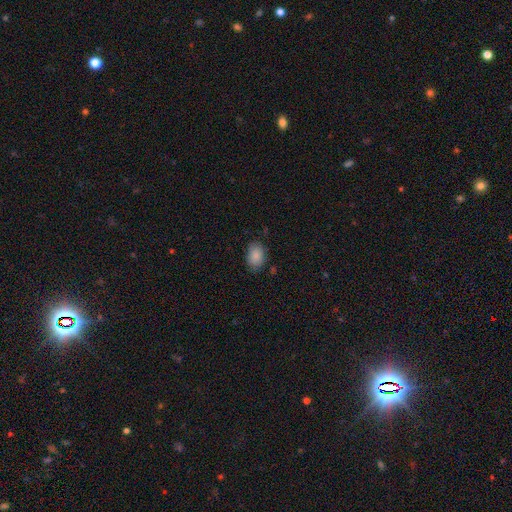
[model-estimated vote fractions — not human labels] A smooth galaxy with no disk features (87%) that is in between round and cigar-shaped (79%).

Vote fractions:
- Smooth or featured? smooth: 87% / star or artifact: 8% / featured or disk: 5%
- How rounded? in between: 79% / round: 19% / cigar-shaped: 1%
- Merging? none: 78% / minor disturbance: 17% / major disturbance: 4% / merger: 1%